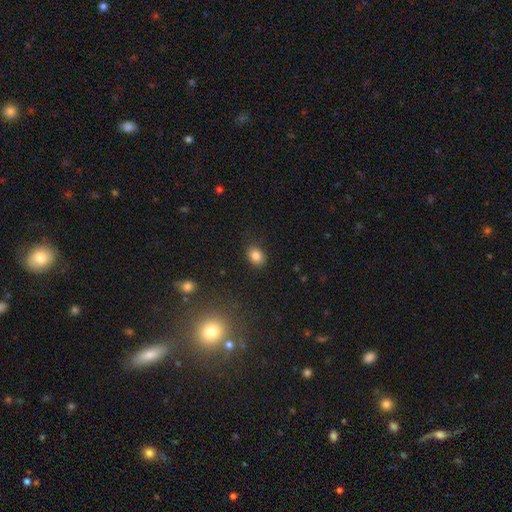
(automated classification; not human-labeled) Smooth or featured? smooth (83%)
How rounded? in between (60%)
Merging? none (84%)